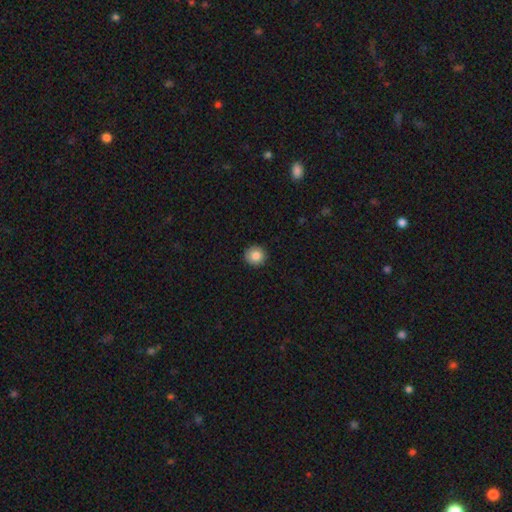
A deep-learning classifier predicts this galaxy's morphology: smooth_or_featured: smooth (p=0.85) [alt: star or artifact p=0.09]
how_rounded: round (p=0.93) [alt: in between p=0.06]
merging: none (p=0.91) [alt: minor disturbance p=0.07]